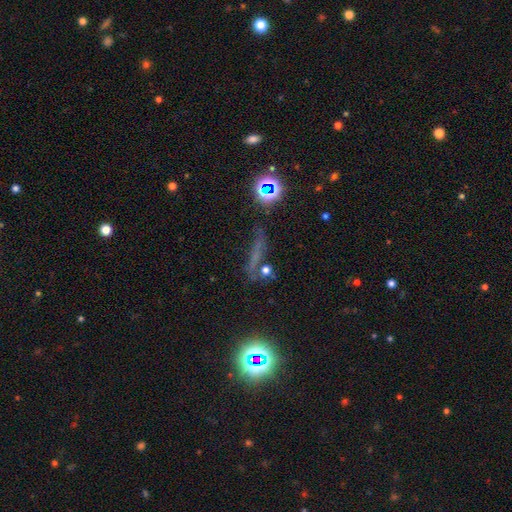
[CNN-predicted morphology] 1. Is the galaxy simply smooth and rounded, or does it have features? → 44% star or artifact, 31% smooth, 25% featured or disk.